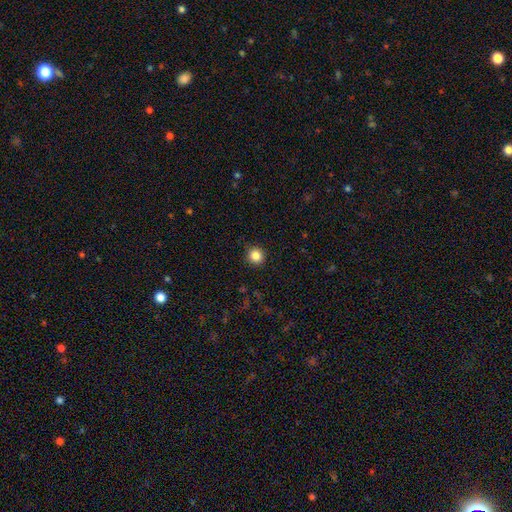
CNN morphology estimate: Smooth or featured: smooth — 85% (star or artifact — 11%)
How rounded: round — 91% (in between — 8%)
Merging: none — 91% (minor disturbance — 6%)